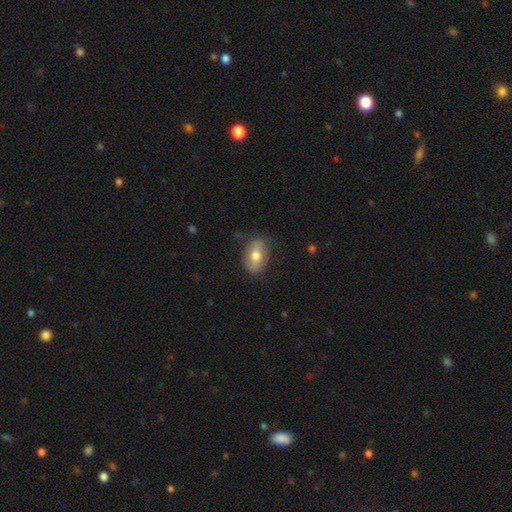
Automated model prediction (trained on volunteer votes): Smooth or featured? smooth (66%)
How rounded? in between (83%)
Merging? none (74%)